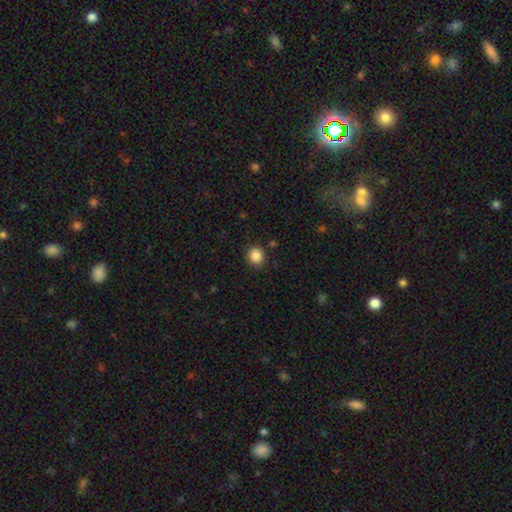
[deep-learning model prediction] A smooth galaxy with no disk features (87%) that is round (86%). Merging: none (89%).